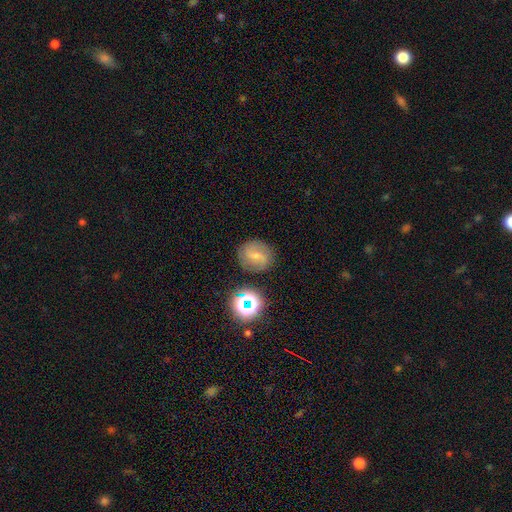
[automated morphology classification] Q: Smooth or featured?
A: featured or disk (49%); runner-up: smooth (37%)
Q: Merging?
A: none (81%); runner-up: minor disturbance (12%)